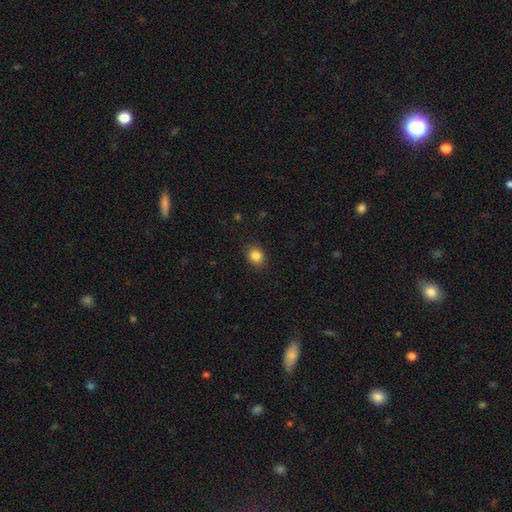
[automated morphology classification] Smooth or featured: smooth — 85% (star or artifact — 10%)
How rounded: round — 64% (in between — 35%)
Merging: none — 89% (minor disturbance — 8%)